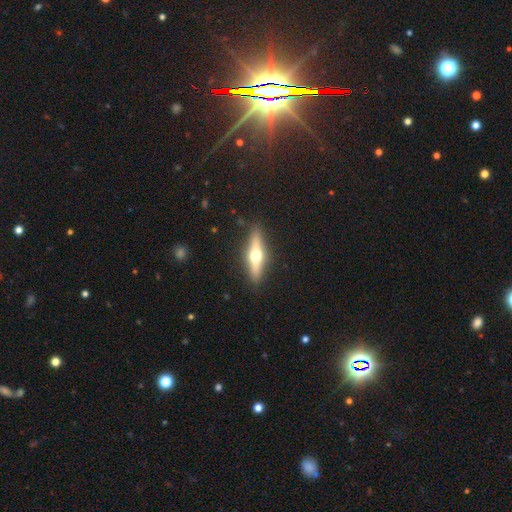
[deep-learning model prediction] Morphology: type=featured or disk (60%); edge-on=yes (94%); edge-on bulge=rounded (96%); merging=none (88%).